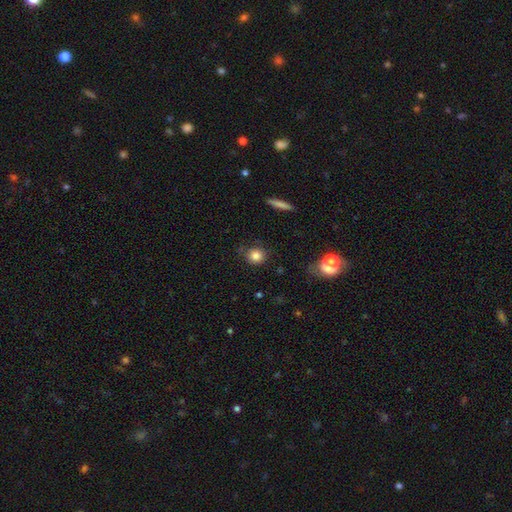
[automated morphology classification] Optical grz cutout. It shows a smooth galaxy with no disk features (83%) that is round (86%). Merging: none (80%).